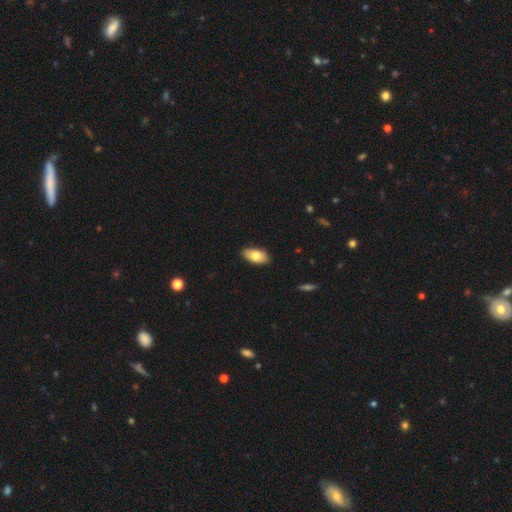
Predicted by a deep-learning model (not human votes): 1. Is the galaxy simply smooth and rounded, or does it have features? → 78% smooth, 16% featured or disk, 6% star or artifact.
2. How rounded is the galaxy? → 93% in between, 4% cigar-shaped, 3% round.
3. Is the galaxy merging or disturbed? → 88% none, 10% minor disturbance, 2% major disturbance, 1% merger.